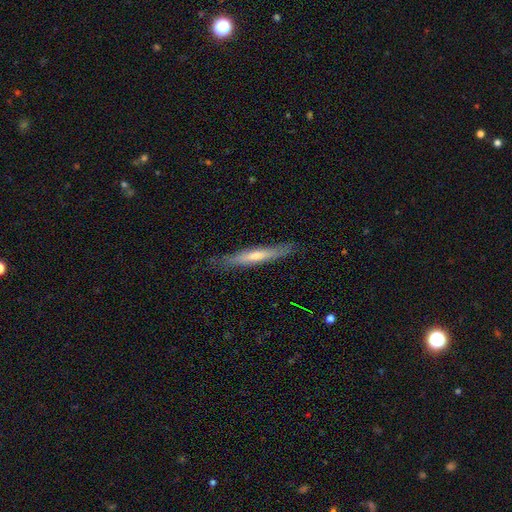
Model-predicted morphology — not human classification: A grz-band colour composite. It shows a featured or disk galaxy (48%). Merging: none (85%).